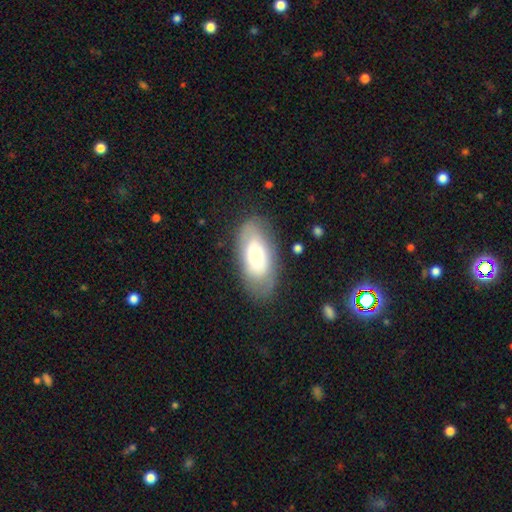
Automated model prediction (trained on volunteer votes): Smooth or featured? Predicted: smooth (p=0.56). How rounded? Predicted: in between (p=0.91). Merging? Predicted: none (p=0.73).